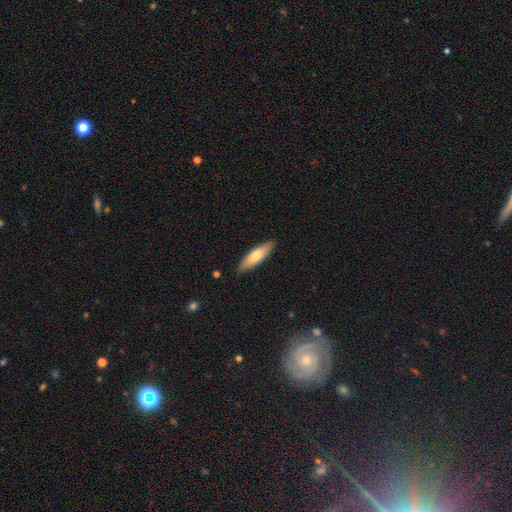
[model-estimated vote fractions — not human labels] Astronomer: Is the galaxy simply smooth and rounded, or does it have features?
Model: smooth — 73%.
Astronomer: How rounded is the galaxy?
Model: cigar-shaped — 61% (runner-up: in between, 38%).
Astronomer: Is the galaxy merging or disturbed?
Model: none — 87%.